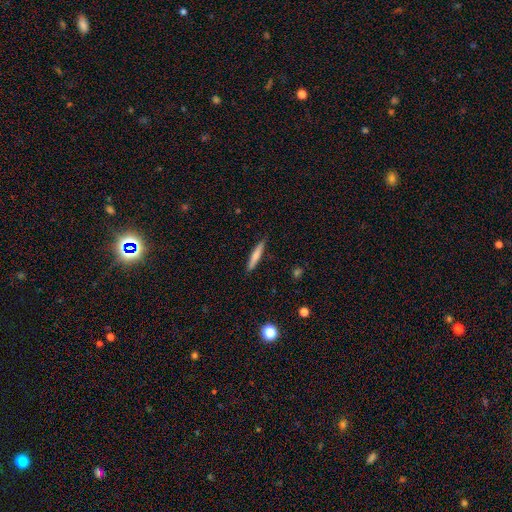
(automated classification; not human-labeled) Q: Smooth or featured?
A: smooth (69%); runner-up: featured or disk (25%)
Q: How rounded?
A: cigar-shaped (93%); runner-up: in between (6%)
Q: Merging?
A: none (89%); runner-up: minor disturbance (8%)